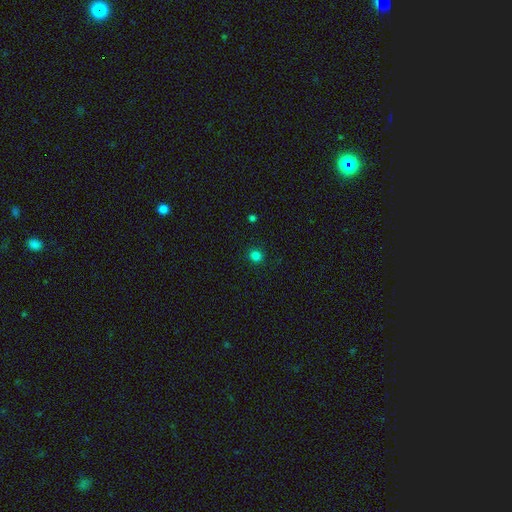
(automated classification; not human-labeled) Smooth or featured? smooth (82%)
How rounded? round (93%)
Merging? none (92%)